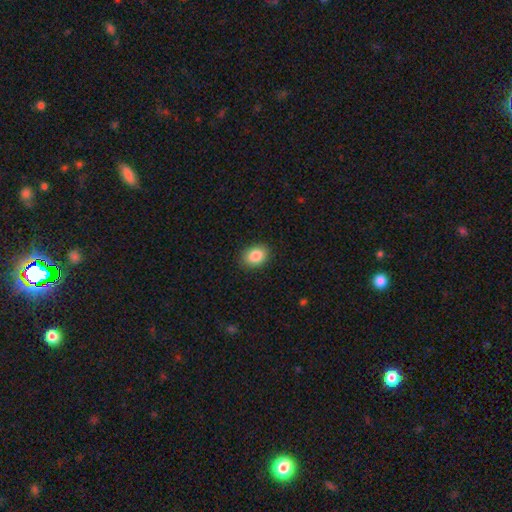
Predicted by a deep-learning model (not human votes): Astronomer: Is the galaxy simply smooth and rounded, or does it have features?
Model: smooth — 87%.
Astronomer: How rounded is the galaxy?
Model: in between — 68%.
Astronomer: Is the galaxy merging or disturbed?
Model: none — 88%.